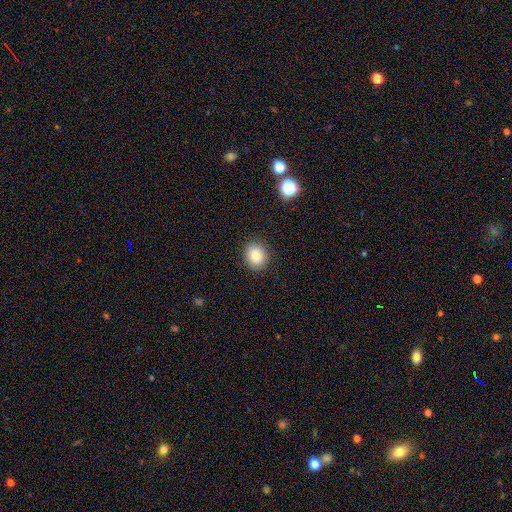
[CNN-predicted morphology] Smooth or featured?
  - smooth: 85% *
  - star or artifact: 9%
  - featured or disk: 6%
How rounded?
  - round: 65% *
  - in between: 34%
  - cigar-shaped: 1%
Merging?
  - none: 88% *
  - minor disturbance: 8%
  - major disturbance: 2%
  - merger: 1%